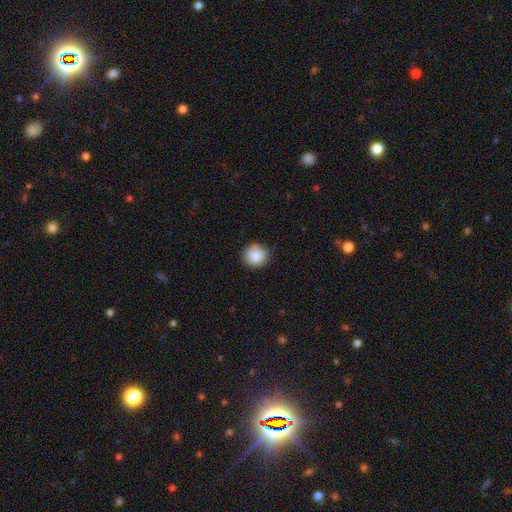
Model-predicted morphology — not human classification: type=smooth (87%); roundness=round (91%); merging=none (85%).